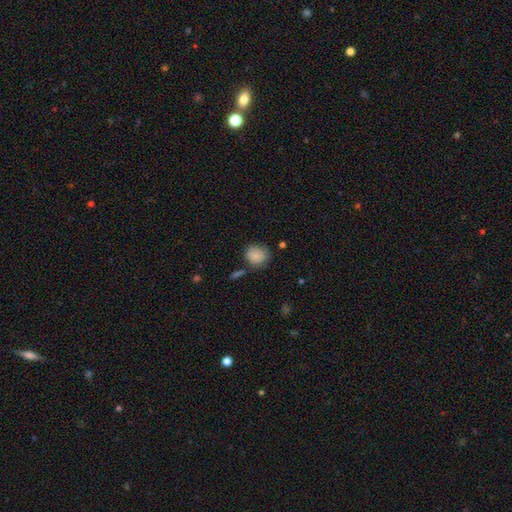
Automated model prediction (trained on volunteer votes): Smooth or featured? smooth (84%)
How rounded? round (80%)
Merging? none (66%)